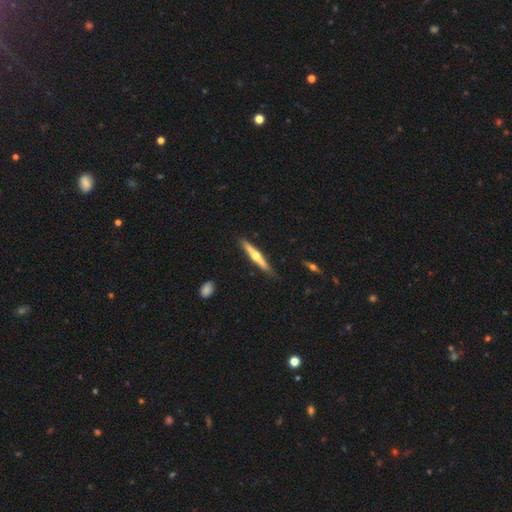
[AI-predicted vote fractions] The model was most divided on "smooth or featured": featured or disk: 64%, smooth: 31%, star or artifact: 5%. More confident: edge-on disk — yes (97%); edge-on bulge — rounded (92%); merging — none (88%).